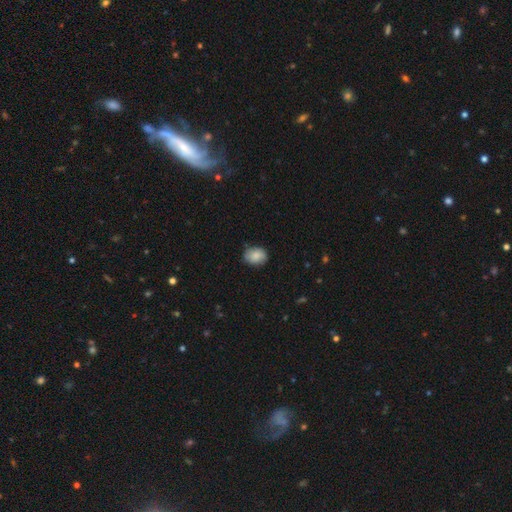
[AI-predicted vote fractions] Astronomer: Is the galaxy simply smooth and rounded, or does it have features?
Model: smooth — 84%.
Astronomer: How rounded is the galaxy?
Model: in between — 59% (runner-up: round, 40%).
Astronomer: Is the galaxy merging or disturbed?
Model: none — 79%.